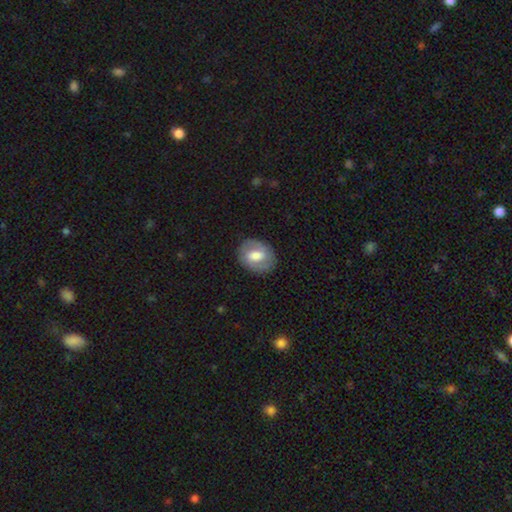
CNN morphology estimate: Smooth or featured: smooth — 55% (featured or disk — 39%)
How rounded: in between — 58% (round — 41%)
Merging: none — 83% (minor disturbance — 12%)